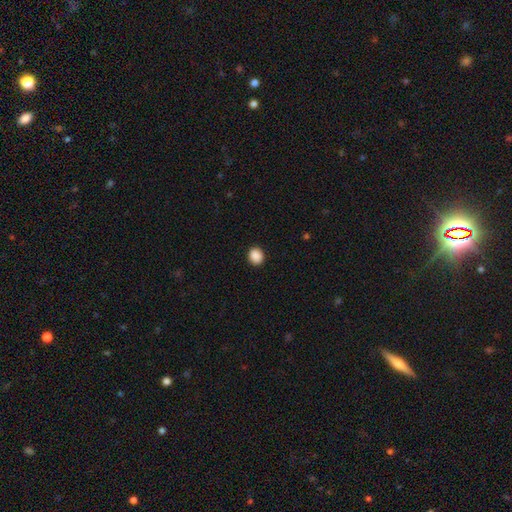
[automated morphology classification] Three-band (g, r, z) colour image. It shows a smooth galaxy with no disk features (89%) that is round (73%). Merging: none (91%).